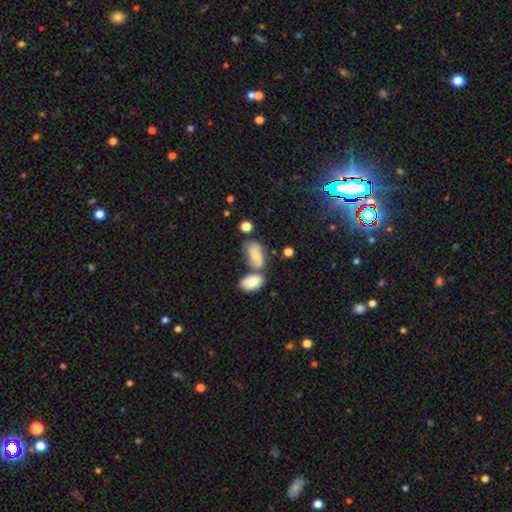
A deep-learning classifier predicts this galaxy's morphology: This appears to be a smooth galaxy with no disk features (57%) that is in between round and cigar-shaped (88%). Merging: merger (36%).